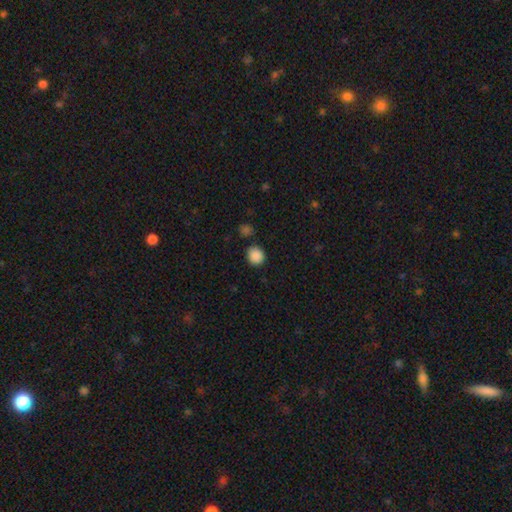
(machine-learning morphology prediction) Overall: smooth (87%). How rounded: round (85%). Merging: none (81%).